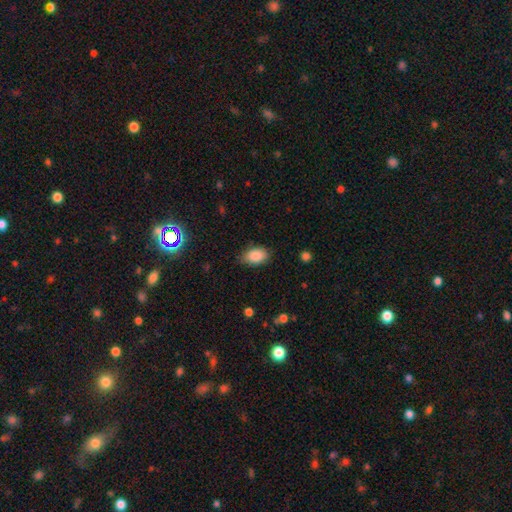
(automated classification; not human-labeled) Q: Smooth or featured?
A: smooth (86%); runner-up: star or artifact (8%)
Q: How rounded?
A: in between (90%); runner-up: round (8%)
Q: Merging?
A: none (76%); runner-up: minor disturbance (20%)